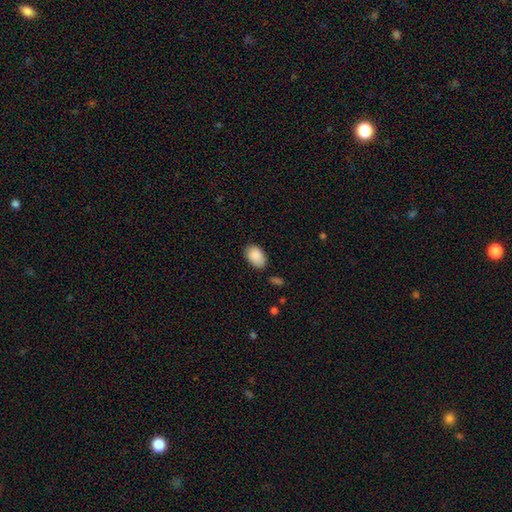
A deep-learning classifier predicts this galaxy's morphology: Smooth or featured: smooth — 90% (star or artifact — 6%)
How rounded: in between — 89% (round — 10%)
Merging: none — 78% (minor disturbance — 17%)